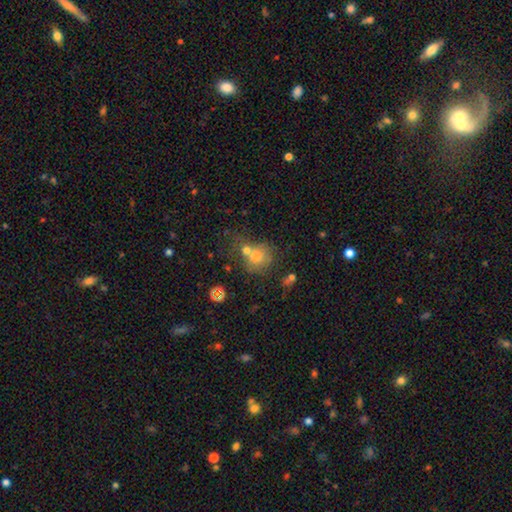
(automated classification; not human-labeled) smooth 66%, featured or disk 17%, star or artifact 16%. Down the decision tree: how rounded — round (77%); merging — merger (40%, tied with none).